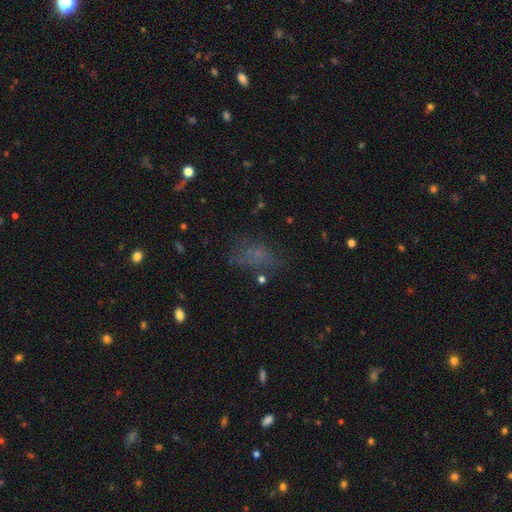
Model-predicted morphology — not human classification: This appears to be a smooth galaxy with no disk features (56%) that is in between round and cigar-shaped (81%). Merging: none (54%).